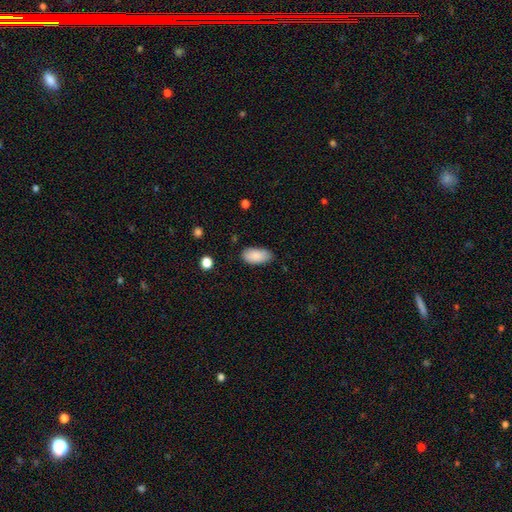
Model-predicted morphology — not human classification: Q: Smooth or featured?
A: smooth (88%); runner-up: star or artifact (7%)
Q: How rounded?
A: in between (94%); runner-up: cigar-shaped (4%)
Q: Merging?
A: none (75%); runner-up: minor disturbance (20%)